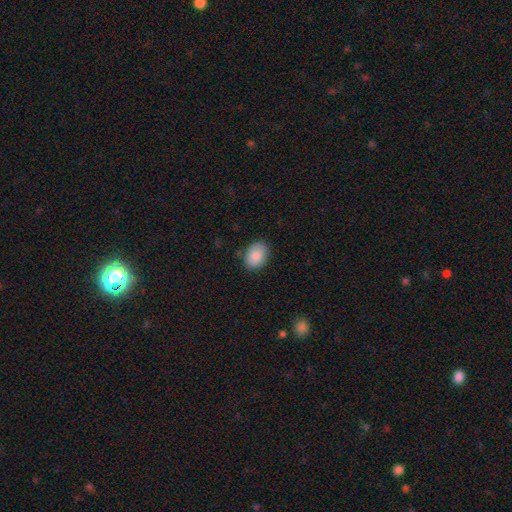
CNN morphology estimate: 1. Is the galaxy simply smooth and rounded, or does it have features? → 87% smooth, 7% star or artifact, 6% featured or disk.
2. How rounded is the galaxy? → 79% in between, 20% round, 1% cigar-shaped.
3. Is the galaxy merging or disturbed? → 83% none, 13% minor disturbance, 3% major disturbance, 1% merger.